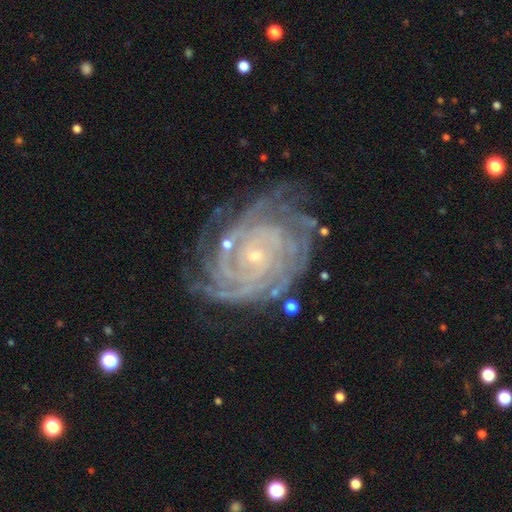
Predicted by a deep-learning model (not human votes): Overall: featured or disk (90%). Edge-on disk: no (97%). Bar: no (77%). Spiral arms: yes (98%). Spiral arm count: 4 (26%; more than 4 24%). Spiral winding: tight (82%). Bulge size: small (87%). Merging: none (71%).